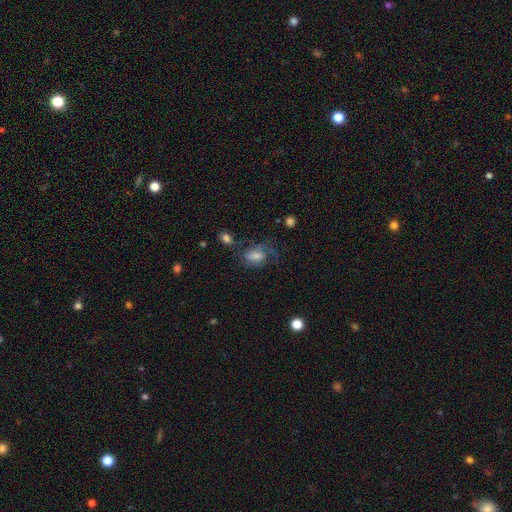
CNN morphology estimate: featured or disk 59%, smooth 29%, star or artifact 13%. Down the decision tree: edge-on disk — no (96%); bar — weak (45%); spiral arms — yes (86%); bulge size — moderate (46%); merging — none (53%).